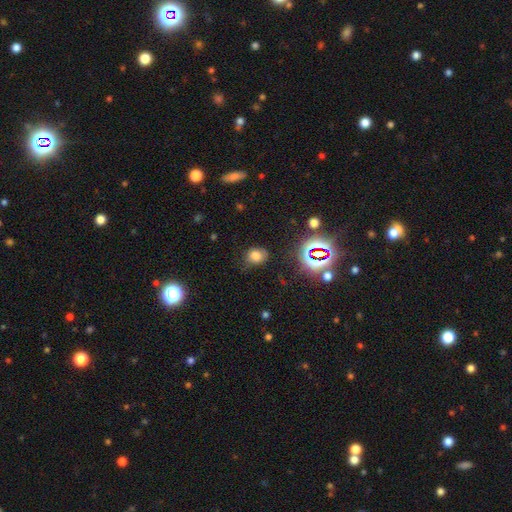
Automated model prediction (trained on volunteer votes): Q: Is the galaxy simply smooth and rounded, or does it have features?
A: smooth — 71%.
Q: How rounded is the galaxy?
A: round — 56%.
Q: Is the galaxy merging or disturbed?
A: none — 68%.